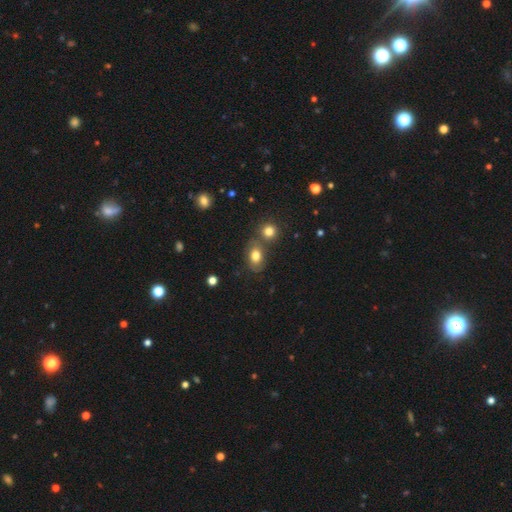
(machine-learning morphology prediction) Q: Smooth or featured?
A: smooth (72%); runner-up: featured or disk (16%)
Q: How rounded?
A: in between (75%); runner-up: round (23%)
Q: Merging?
A: none (59%); runner-up: merger (20%)